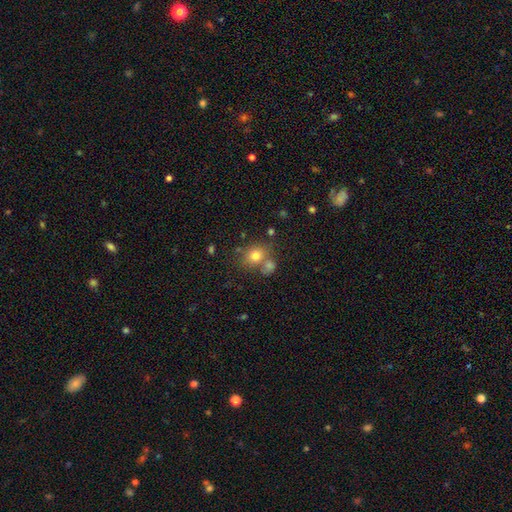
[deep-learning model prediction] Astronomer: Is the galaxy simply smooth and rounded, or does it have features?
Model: smooth — 75%.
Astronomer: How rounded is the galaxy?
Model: round — 67%.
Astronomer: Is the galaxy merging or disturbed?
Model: none — 58%.